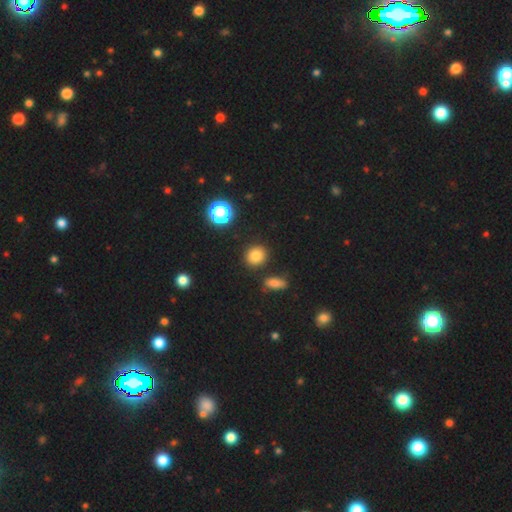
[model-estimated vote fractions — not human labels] Smooth or featured?
  - smooth: 81% *
  - star or artifact: 13%
  - featured or disk: 6%
How rounded?
  - round: 77% *
  - in between: 21%
  - cigar-shaped: 1%
Merging?
  - none: 87% *
  - minor disturbance: 7%
  - merger: 4%
  - major disturbance: 2%